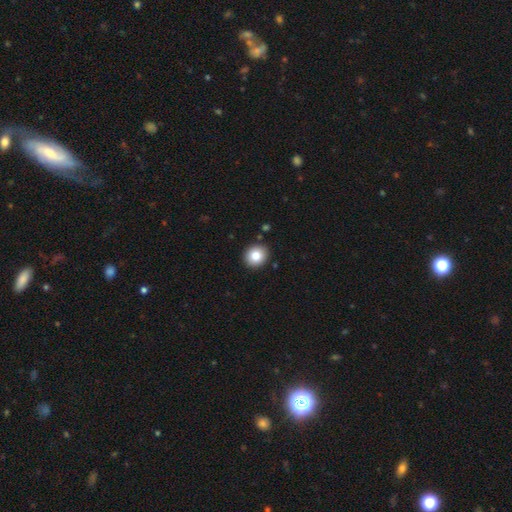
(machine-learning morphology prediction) The model was most divided on "how rounded": round: 83%, in between: 16%, cigar-shaped: 1%. More confident: merging — none (90%); smooth or featured — smooth (82%).